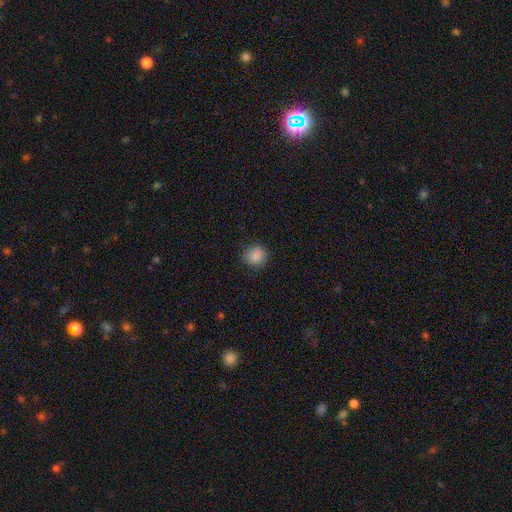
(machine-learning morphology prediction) type=smooth (86%); roundness=round (82%); merging=none (83%).